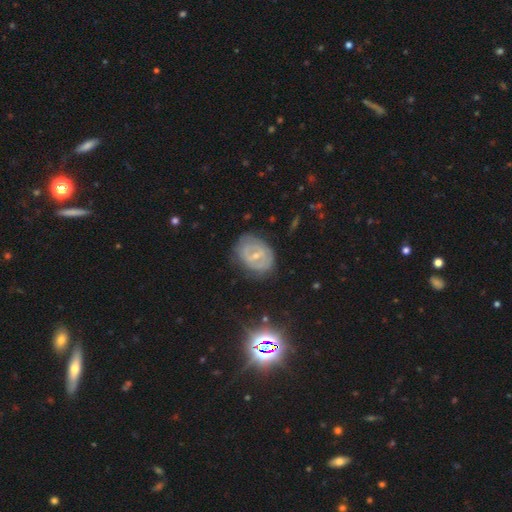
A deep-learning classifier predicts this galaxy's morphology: This appears to be a featured or disk galaxy (66%) with a weak bar (47%), spiral arms (54%) and a small central bulge (62%). Merging: none (67%).